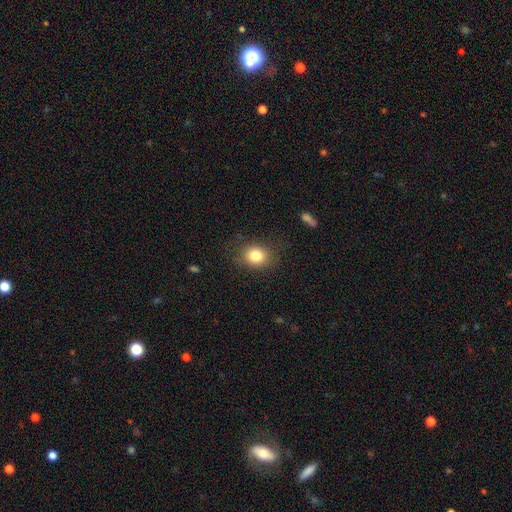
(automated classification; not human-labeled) This appears to be a smooth galaxy with no disk features (81%) that is round (64%). Merging: none (84%).